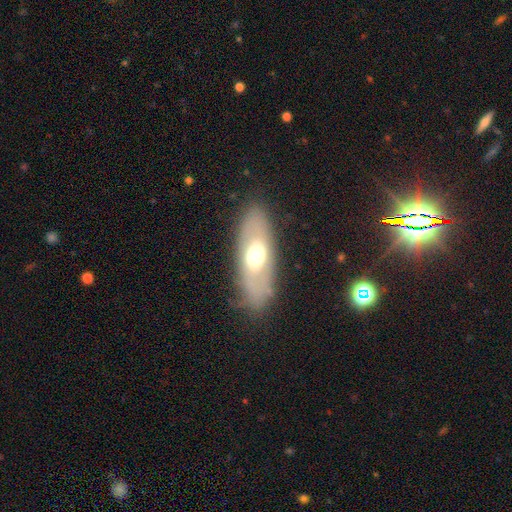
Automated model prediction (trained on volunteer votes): Smooth or featured? Predicted: smooth (p=0.51). How rounded? Predicted: in between (p=0.78). Merging? Predicted: none (p=0.80).